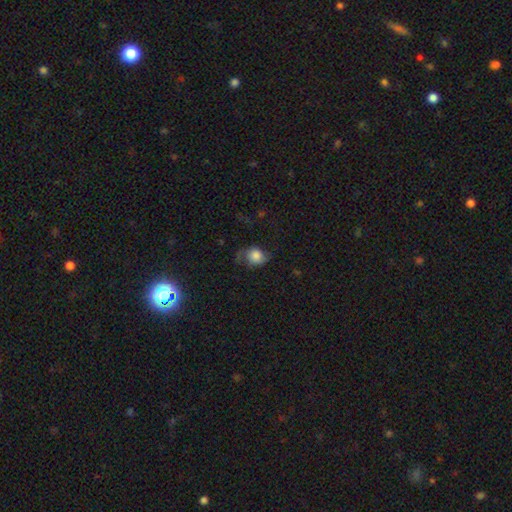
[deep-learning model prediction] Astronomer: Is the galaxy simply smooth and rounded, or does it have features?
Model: smooth — 65%.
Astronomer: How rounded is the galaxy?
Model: round — 60% (runner-up: in between, 39%).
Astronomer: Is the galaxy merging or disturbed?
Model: none — 51% (runner-up: minor disturbance, 29%).